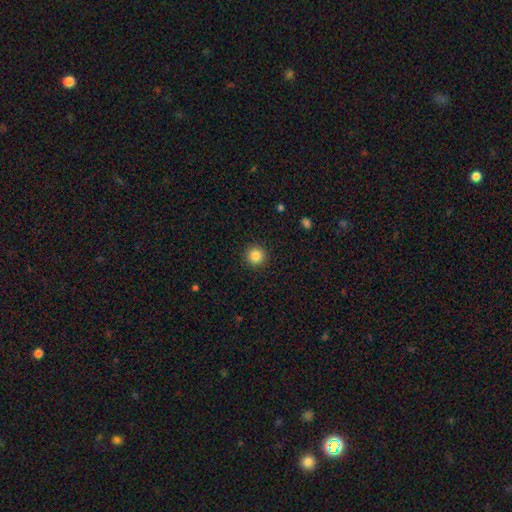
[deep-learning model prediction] Smooth or featured?
  - smooth: 85% *
  - star or artifact: 11%
  - featured or disk: 5%
How rounded?
  - round: 95% *
  - in between: 4%
  - cigar-shaped: 1%
Merging?
  - none: 92% *
  - minor disturbance: 5%
  - major disturbance: 2%
  - merger: 1%